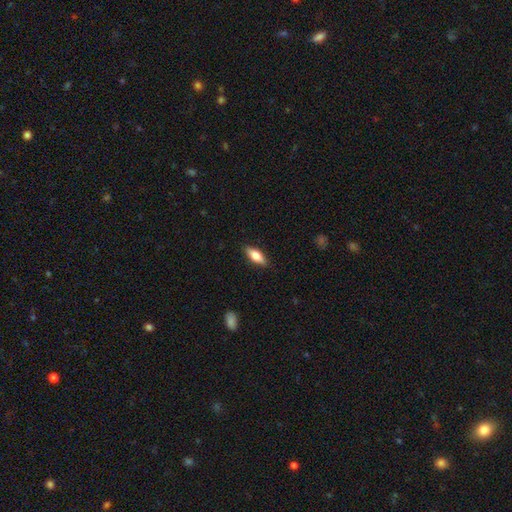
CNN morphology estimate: Q: Smooth or featured?
A: smooth (71%); runner-up: featured or disk (23%)
Q: How rounded?
A: in between (69%); runner-up: cigar-shaped (28%)
Q: Merging?
A: none (87%); runner-up: minor disturbance (10%)